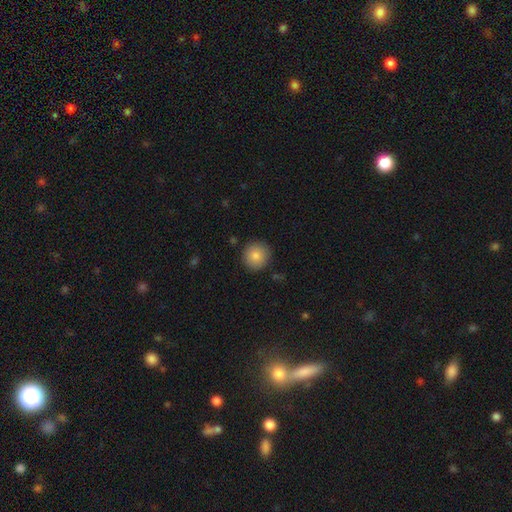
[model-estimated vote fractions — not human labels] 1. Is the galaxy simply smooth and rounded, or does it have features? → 83% smooth, 9% star or artifact, 7% featured or disk.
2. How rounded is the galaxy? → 94% round, 5% in between, 1% cigar-shaped.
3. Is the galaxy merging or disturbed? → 90% none, 7% minor disturbance, 2% major disturbance, 1% merger.